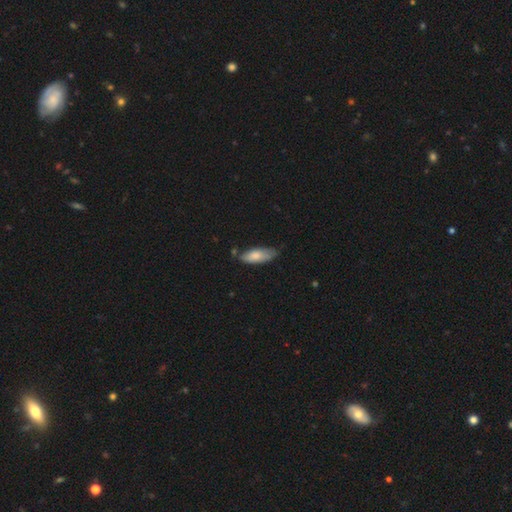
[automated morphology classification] Smooth or featured? Predicted: smooth (p=0.78). How rounded? Predicted: in between (p=0.72). Merging? Predicted: none (p=0.61).